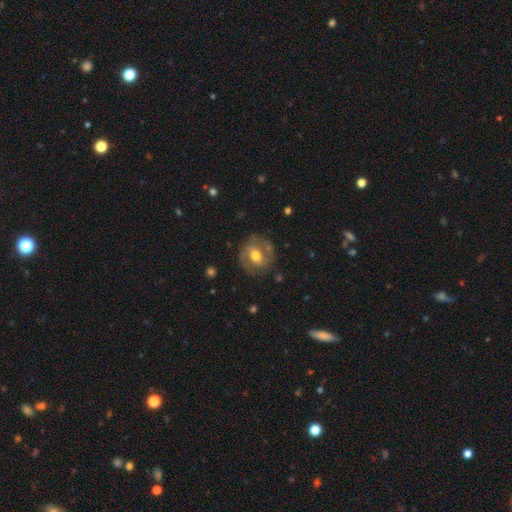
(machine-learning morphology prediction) A featured or disk galaxy (68%) with a weak bar (41%), spiral arms (73%) and a moderate central bulge (71%). Merging: none (77%).